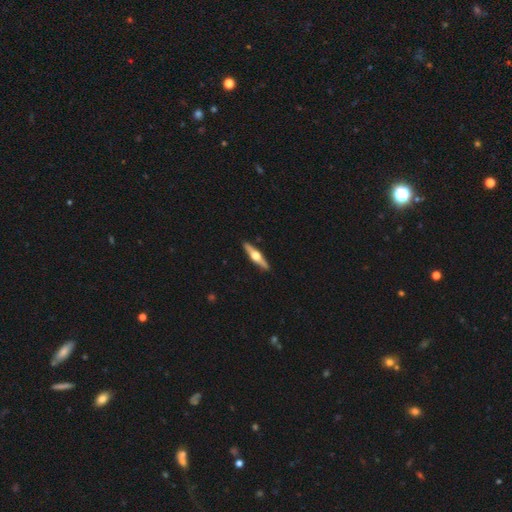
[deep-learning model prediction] The model was most divided on "smooth or featured": featured or disk: 73%, smooth: 23%, star or artifact: 4%. More confident: edge-on disk — yes (97%); edge-on bulge — rounded (96%); merging — none (92%).